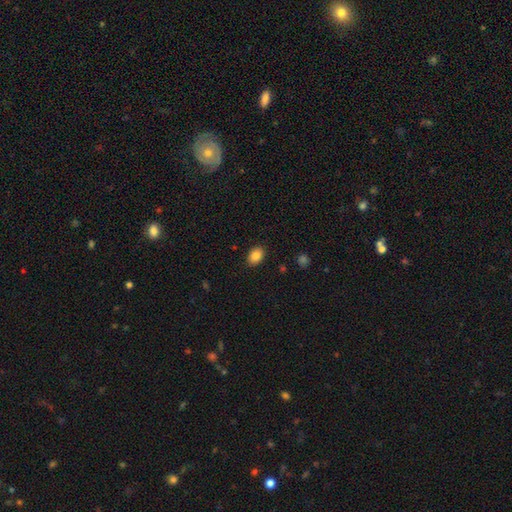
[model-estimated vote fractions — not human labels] Smooth or featured? smooth (86%)
How rounded? in between (79%)
Merging? none (88%)